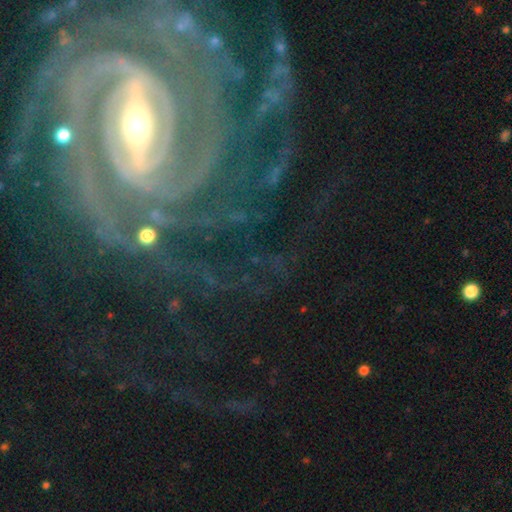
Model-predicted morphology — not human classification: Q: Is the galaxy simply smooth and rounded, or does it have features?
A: featured or disk — 86%.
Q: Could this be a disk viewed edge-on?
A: no — 95%.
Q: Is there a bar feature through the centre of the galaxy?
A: strong — 60%.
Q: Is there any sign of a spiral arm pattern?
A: yes — 96%.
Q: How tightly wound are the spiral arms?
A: tight — 63%.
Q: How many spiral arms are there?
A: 2 — 21%, tied with can't tell.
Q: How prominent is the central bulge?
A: small — 49%.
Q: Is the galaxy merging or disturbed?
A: none — 65%.